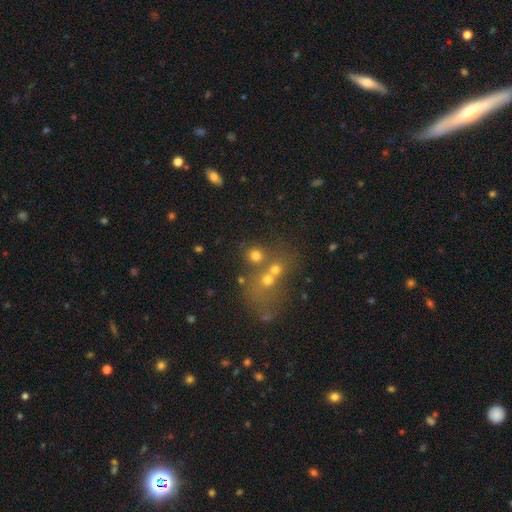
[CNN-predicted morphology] Smooth or featured? Predicted: smooth (p=0.67). How rounded? Predicted: round (p=0.84). Merging? Predicted: none (p=0.51).